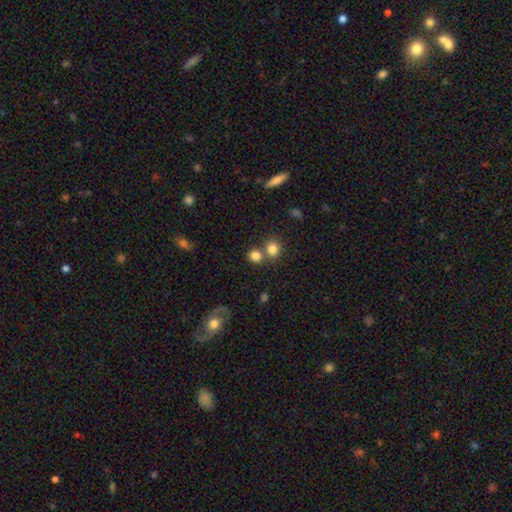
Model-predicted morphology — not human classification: smooth_or_featured: smooth (p=0.81) [alt: star or artifact p=0.12]
how_rounded: round (p=0.82) [alt: in between p=0.17]
merging: none (p=0.58) [alt: merger p=0.32]